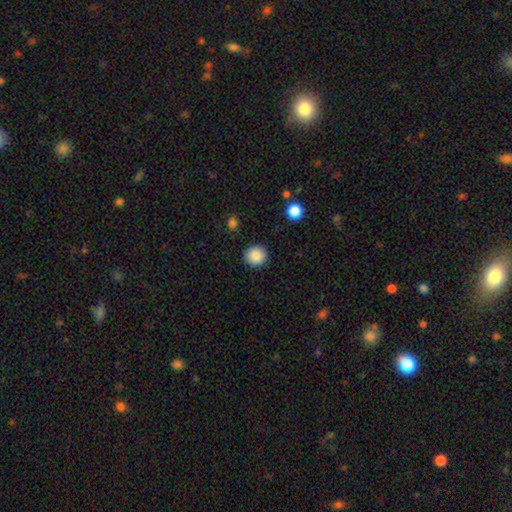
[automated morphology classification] A smooth galaxy with no disk features (88%) that is round (92%). Merging: none (91%).